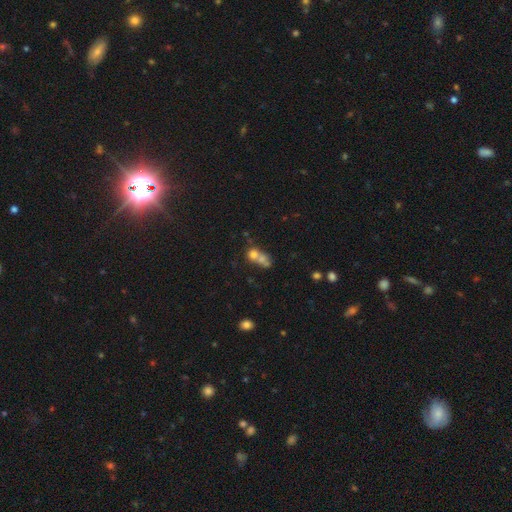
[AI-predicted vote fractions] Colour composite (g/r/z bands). It shows a smooth galaxy with no disk features (64%) that is round (68%). Merging: merger (63%).